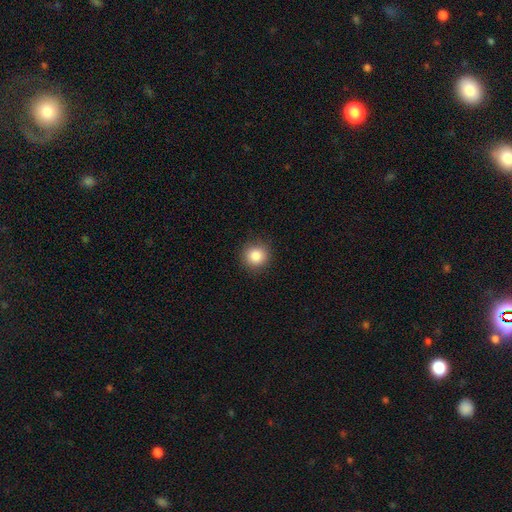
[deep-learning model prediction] Smooth or featured? Predicted: smooth (p=0.85). How rounded? Predicted: round (p=0.93). Merging? Predicted: none (p=0.90).